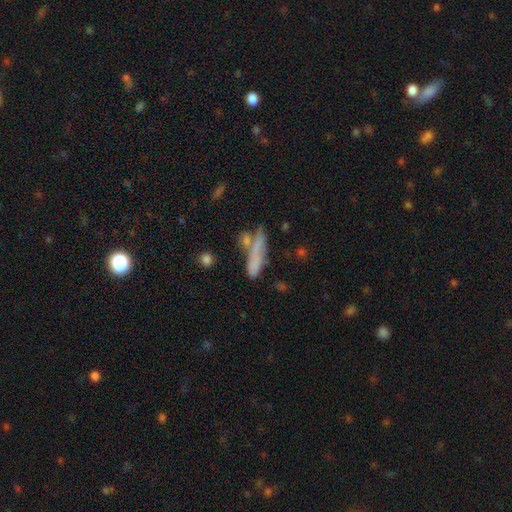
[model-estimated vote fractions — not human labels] smooth-or-featured: smooth: 61% | featured or disk: 26% | star or artifact: 12%
  how-rounded: cigar-shaped: 79% | in between: 18% | round: 4%
  merging: none: 54% | merger: 19% | minor disturbance: 18% | major disturbance: 9%